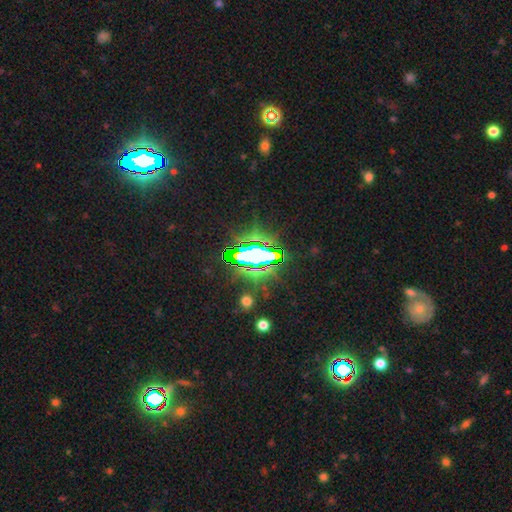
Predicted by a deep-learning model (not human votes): This is likely a star or artifact rather than a galaxy (68%).